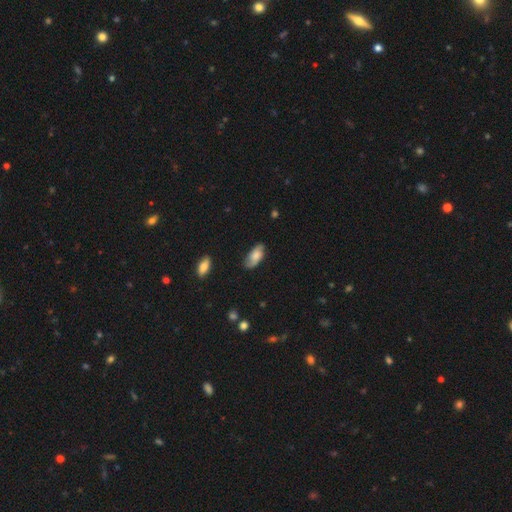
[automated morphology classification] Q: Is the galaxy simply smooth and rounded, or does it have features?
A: smooth — 62%.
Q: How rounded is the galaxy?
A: in between — 90%.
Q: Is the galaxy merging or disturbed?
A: none — 69%.